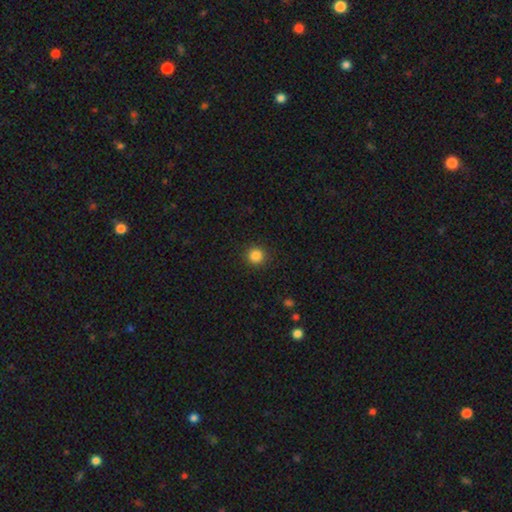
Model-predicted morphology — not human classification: This is clearly a smooth galaxy (85%). How rounded: clearly round (94%). Merging: clearly none (91%).